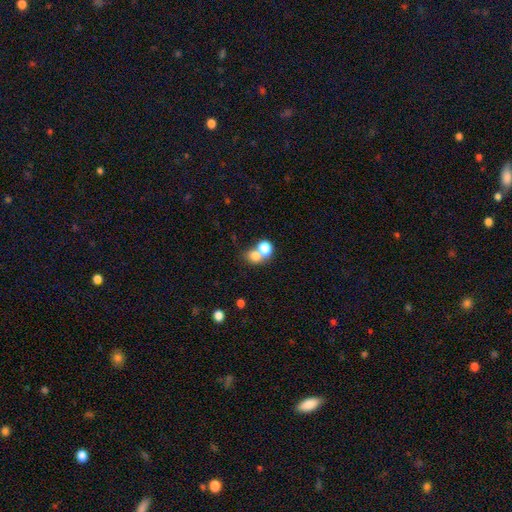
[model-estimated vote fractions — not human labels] A smooth galaxy with no disk features (75%) that is round (60%). Merging: merger (56%).